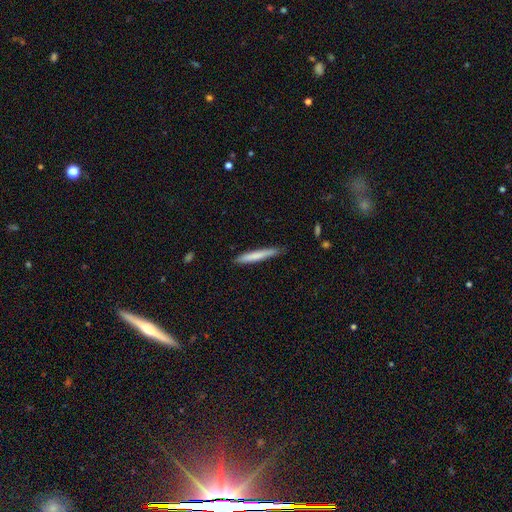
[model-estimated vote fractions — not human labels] Overall: smooth (76%). How rounded: cigar-shaped (95%). Merging: none (85%).